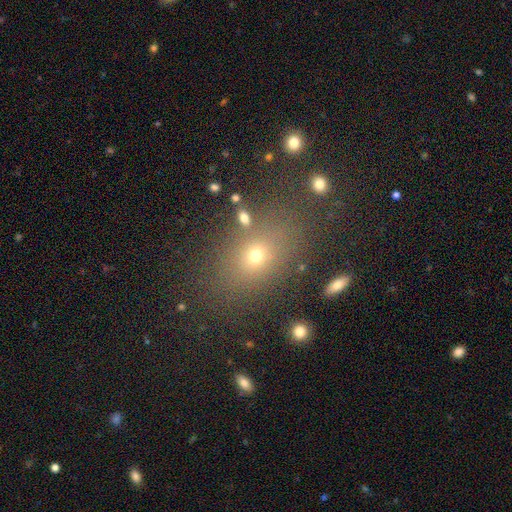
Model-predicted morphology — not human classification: A smooth galaxy with no disk features (65%) that is in between round and cigar-shaped (61%).

Vote fractions:
- Smooth or featured? smooth: 65% / star or artifact: 22% / featured or disk: 14%
- How rounded? in between: 61% / round: 37% / cigar-shaped: 2%
- Merging? none: 79% / minor disturbance: 11% / major disturbance: 5% / merger: 5%